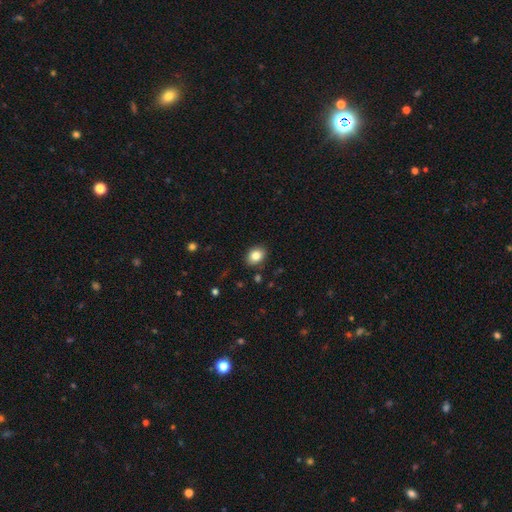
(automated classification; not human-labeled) Smooth or featured? smooth (85%)
How rounded? in between (63%)
Merging? none (88%)